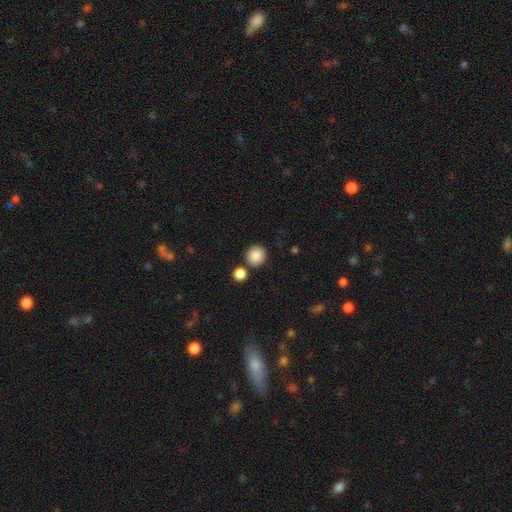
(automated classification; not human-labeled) Smooth or featured? Predicted: smooth (p=0.87). How rounded? Predicted: round (p=0.90). Merging? Predicted: none (p=0.82).